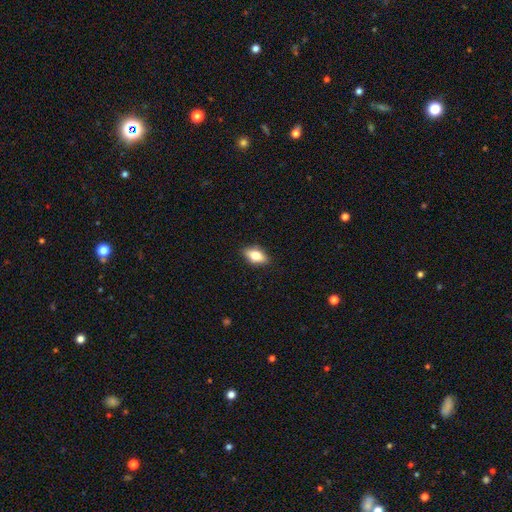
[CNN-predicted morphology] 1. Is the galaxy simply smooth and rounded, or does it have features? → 73% smooth, 19% featured or disk, 8% star or artifact.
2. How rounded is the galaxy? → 85% in between, 8% cigar-shaped, 7% round.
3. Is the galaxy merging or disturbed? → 88% none, 9% minor disturbance, 2% major disturbance, 1% merger.